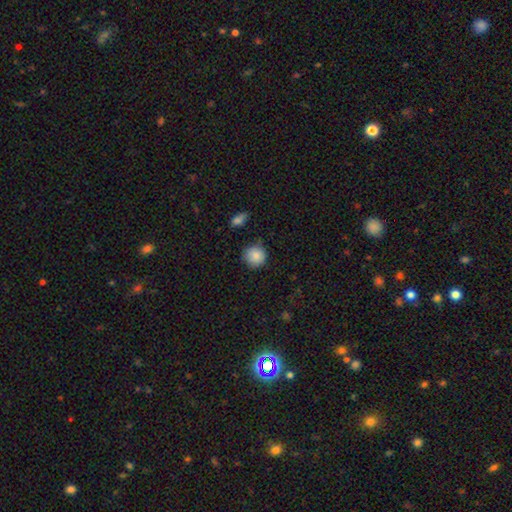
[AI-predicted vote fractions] Overall: smooth (85%). How rounded: round (93%). Merging: none (83%).